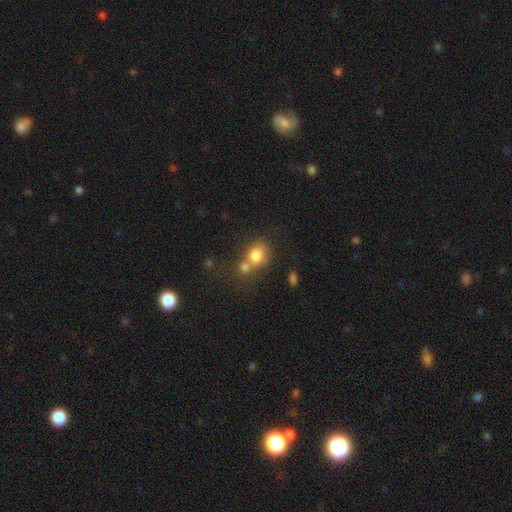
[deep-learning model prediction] Smooth or featured? smooth (77%)
How rounded? round (57%)
Merging? merger (49%)